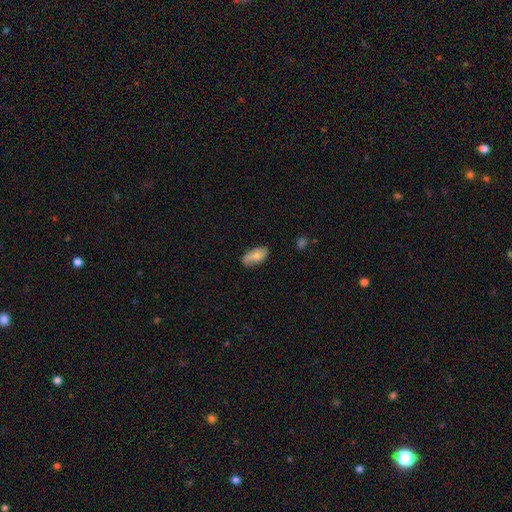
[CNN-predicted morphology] This appears to be a smooth galaxy with no disk features (73%) that is in between round and cigar-shaped (91%). Merging: none (71%).